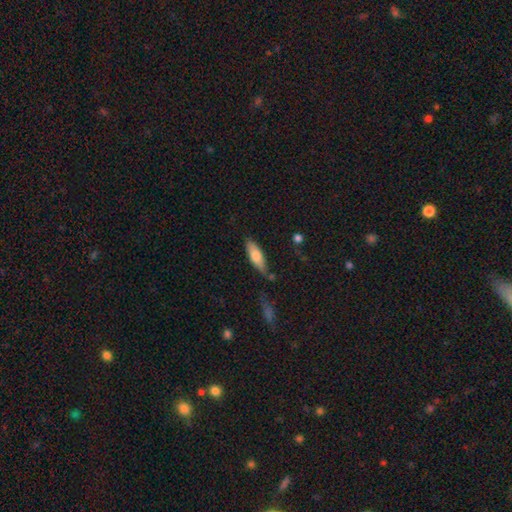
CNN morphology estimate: A smooth galaxy with no disk features (73%) that is in between round and cigar-shaped (55%). Merging: none (72%).